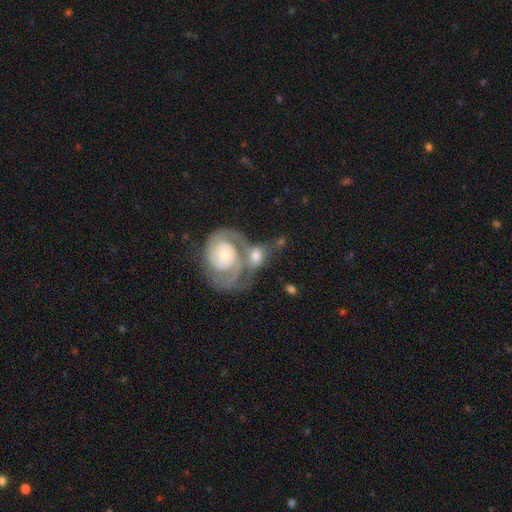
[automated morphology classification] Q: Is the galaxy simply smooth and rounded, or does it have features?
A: featured or disk — 67%.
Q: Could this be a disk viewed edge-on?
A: no — 96%.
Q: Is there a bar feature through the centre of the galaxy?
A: no — 74%.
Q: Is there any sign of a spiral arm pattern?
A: yes — 78%.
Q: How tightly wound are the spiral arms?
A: tight — 53%.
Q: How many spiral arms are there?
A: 2 — 54%.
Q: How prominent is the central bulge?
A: moderate — 50%.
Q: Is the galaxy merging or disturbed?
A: merger — 62%.